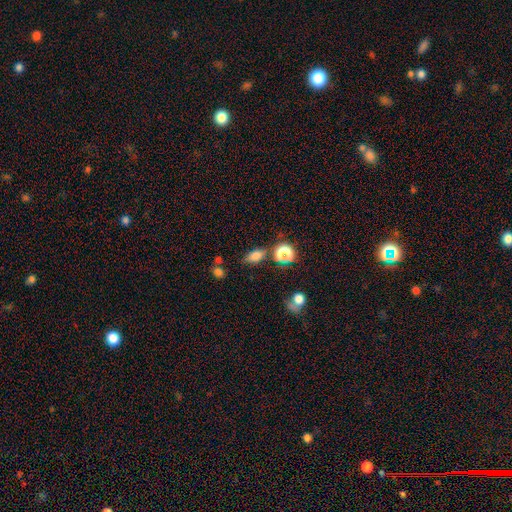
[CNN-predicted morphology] This is likely a smooth galaxy (75%). How rounded: likely in between (79%). Merging: likely none (74%).